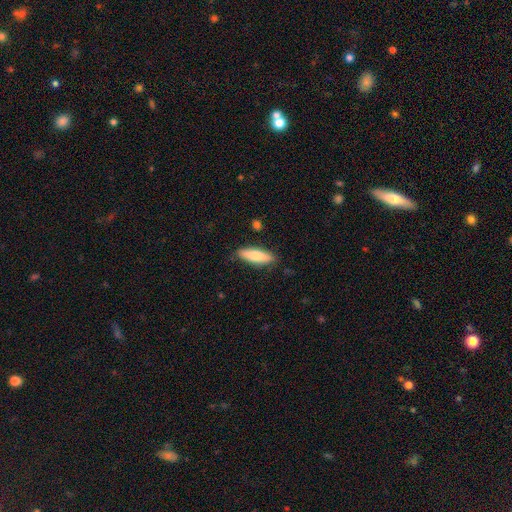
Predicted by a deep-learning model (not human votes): Smooth or featured? Predicted: smooth (p=0.76). How rounded? Predicted: cigar-shaped (p=0.53). Merging? Predicted: none (p=0.86).